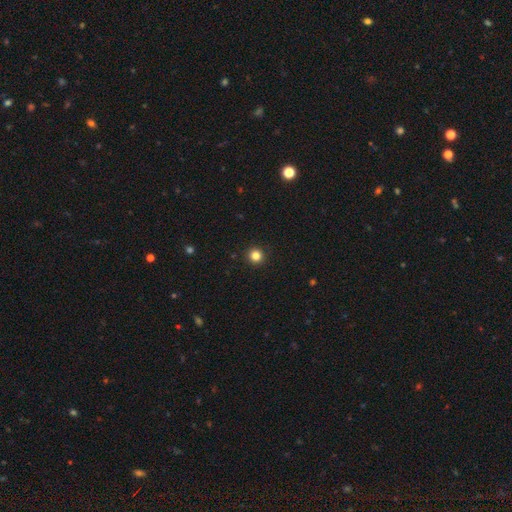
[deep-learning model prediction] smooth_or_featured: smooth (p=0.83) [alt: star or artifact p=0.12]
how_rounded: round (p=0.95) [alt: in between p=0.04]
merging: none (p=0.93) [alt: minor disturbance p=0.04]